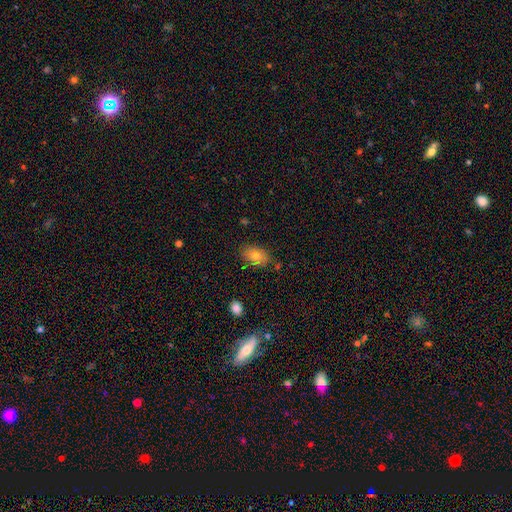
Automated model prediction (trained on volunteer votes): This appears to be a smooth galaxy with no disk features (75%) that is in between round and cigar-shaped (86%). Merging: none (79%).